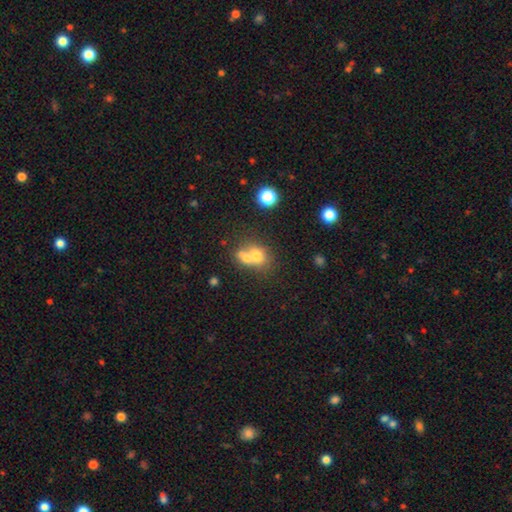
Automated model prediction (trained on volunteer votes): Smooth or featured? Predicted: smooth (p=0.67). How rounded? Predicted: round (p=0.60). Merging? Predicted: merger (p=0.63).